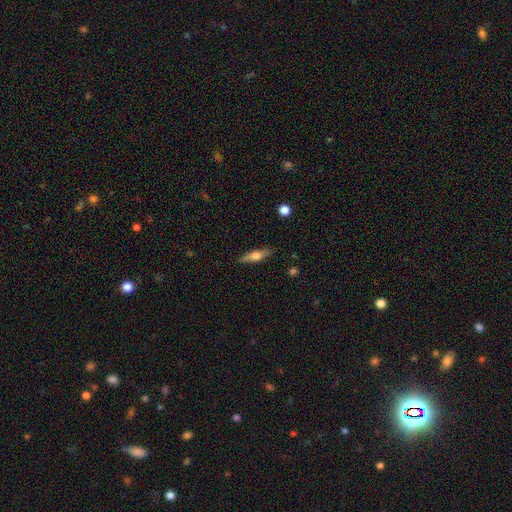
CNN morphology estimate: Smooth or featured?
  - smooth: 50% *
  - featured or disk: 44%
  - star or artifact: 7%
Merging?
  - none: 86% *
  - minor disturbance: 10%
  - major disturbance: 2%
  - merger: 1%